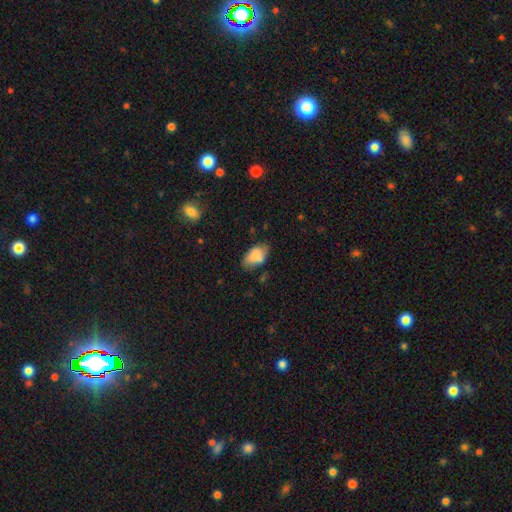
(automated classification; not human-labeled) This is clearly a smooth galaxy (80%). How rounded: clearly in between (92%). Merging: possibly none (58%).